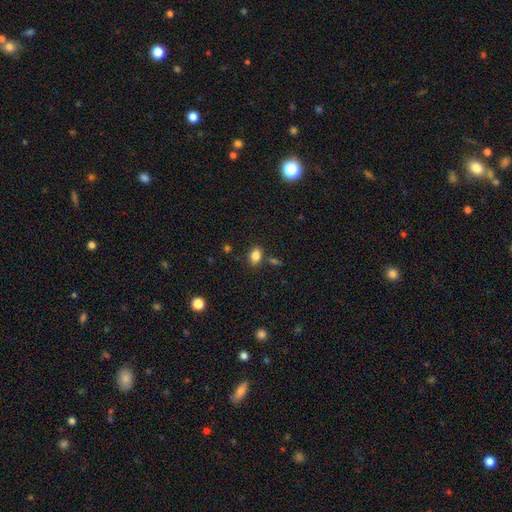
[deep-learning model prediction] A smooth galaxy with no disk features (83%) that is in between round and cigar-shaped (76%). Merging: none (77%).